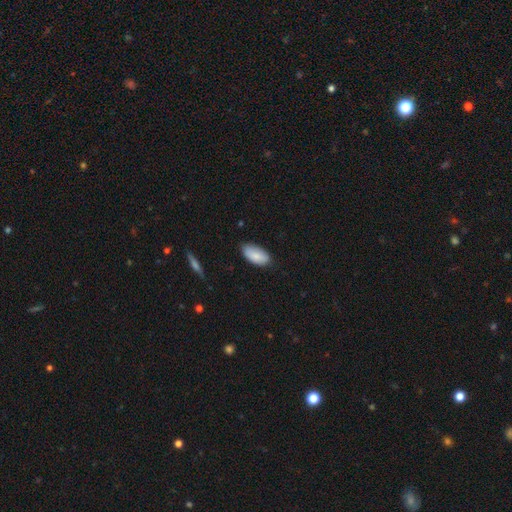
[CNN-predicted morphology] Overall: smooth (84%). How rounded: in between (93%). Merging: none (78%).